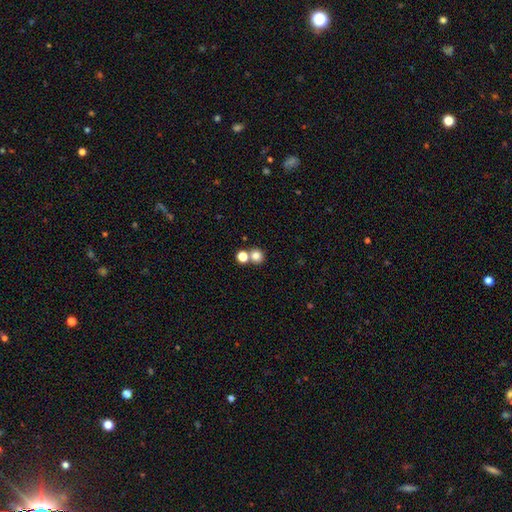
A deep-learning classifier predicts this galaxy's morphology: Smooth or featured? smooth (80%)
How rounded? round (89%)
Merging? none (59%)